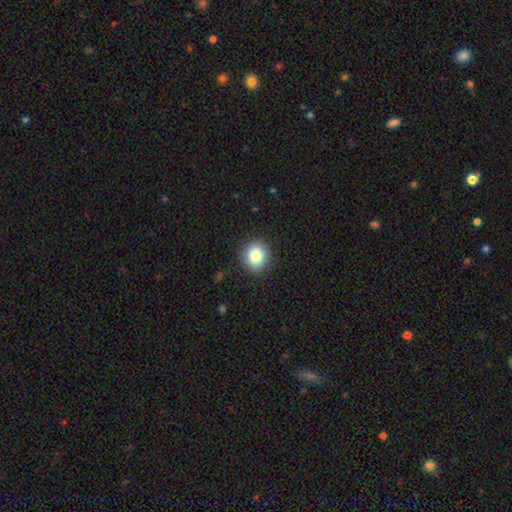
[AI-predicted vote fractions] smooth-or-featured: smooth: 82% | star or artifact: 10% | featured or disk: 7%
  how-rounded: round: 85% | in between: 14% | cigar-shaped: 1%
  merging: none: 91% | minor disturbance: 6% | major disturbance: 2% | merger: 1%